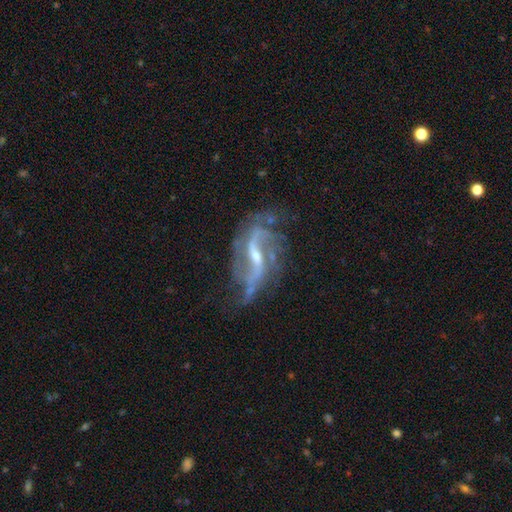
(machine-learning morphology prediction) Overall: featured or disk (86%). Edge-on disk: no (90%). Bar: strong (45%; weak 39%). Spiral arms: yes (93%). Spiral arm count: 2 (74%). Spiral winding: loose (67%). Bulge size: small (54%; moderate 38%). Merging: none (59%; minor disturbance 22%).